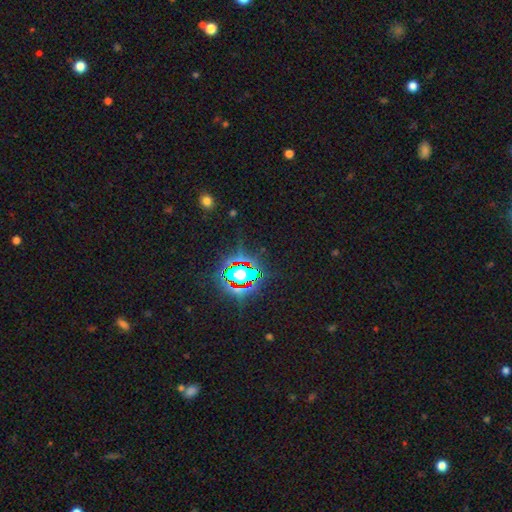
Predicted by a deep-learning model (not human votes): Smooth or featured? Predicted: star or artifact (p=0.84).